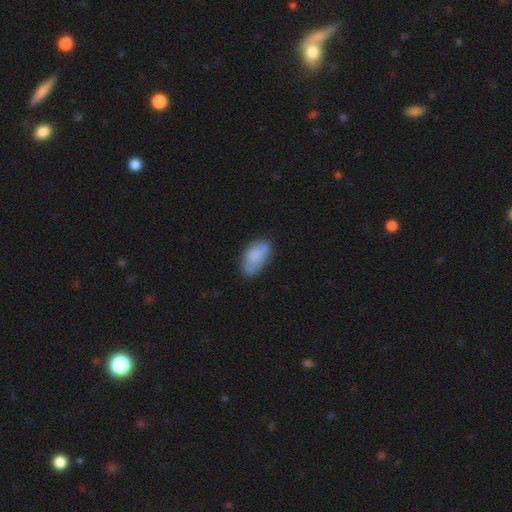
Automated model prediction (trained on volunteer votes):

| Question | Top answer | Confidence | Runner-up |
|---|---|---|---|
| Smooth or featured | smooth | 74% | featured or disk (19%) |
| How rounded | in between | 93% | round (4%) |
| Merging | none | 63% | minor disturbance (24%) |